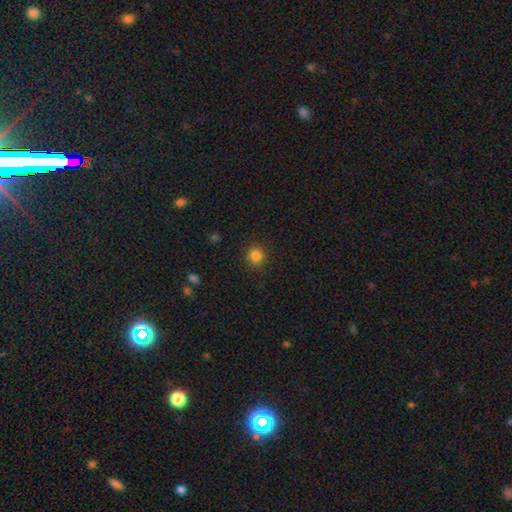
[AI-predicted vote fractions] A smooth galaxy with no disk features (84%) that is round (92%).

Vote fractions:
- Smooth or featured? smooth: 84% / star or artifact: 12% / featured or disk: 4%
- How rounded? round: 92% / in between: 7% / cigar-shaped: 1%
- Merging? none: 89% / minor disturbance: 7% / major disturbance: 3% / merger: 1%